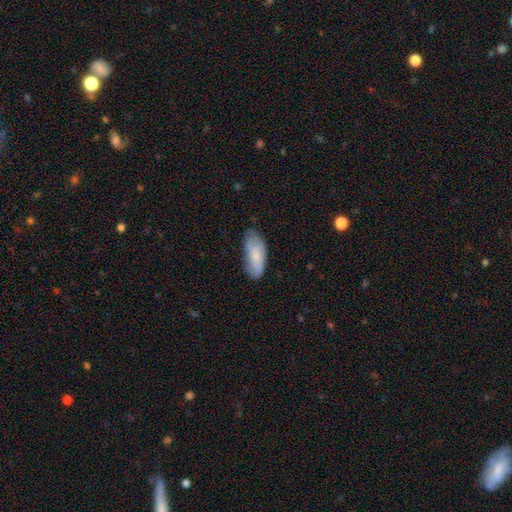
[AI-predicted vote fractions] smooth-or-featured: smooth: 77% | featured or disk: 17% | star or artifact: 6%
  how-rounded: in between: 83% | cigar-shaped: 15% | round: 2%
  merging: none: 67% | minor disturbance: 26% | major disturbance: 5% | merger: 1%